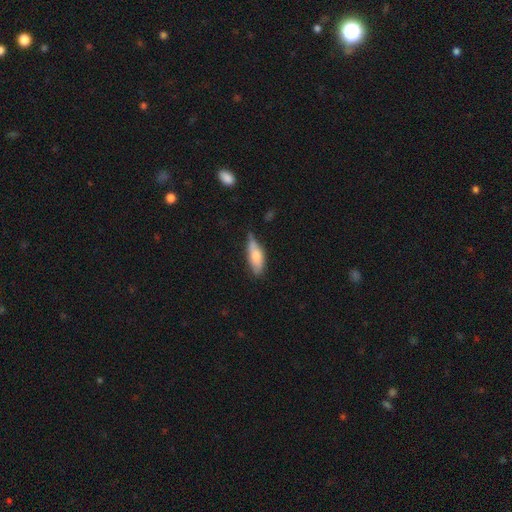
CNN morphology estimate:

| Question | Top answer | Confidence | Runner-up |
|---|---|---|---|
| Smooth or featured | smooth | 72% | featured or disk (22%) |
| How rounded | in between | 65% | cigar-shaped (32%) |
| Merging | none | 56% | minor disturbance (35%) |